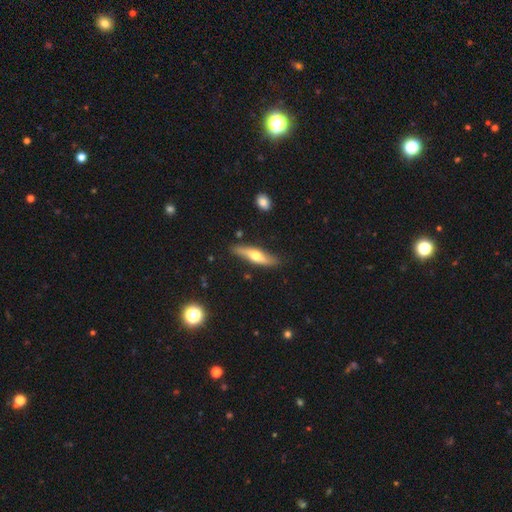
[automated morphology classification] featured or disk 52%, smooth 43%, star or artifact 5%. Down the decision tree: edge-on disk — yes (76%); merging — none (80%).